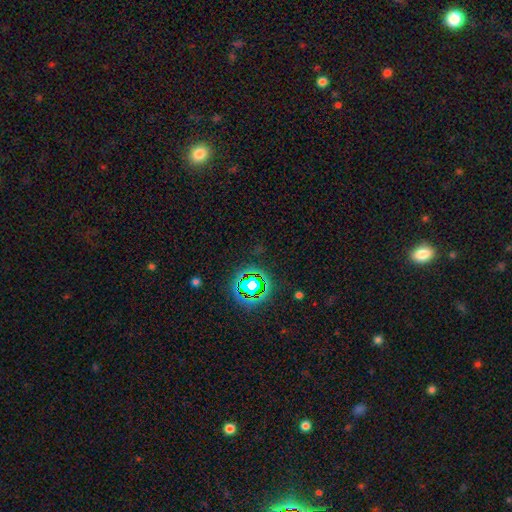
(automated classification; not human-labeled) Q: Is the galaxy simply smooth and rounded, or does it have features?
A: star or artifact — 74%.